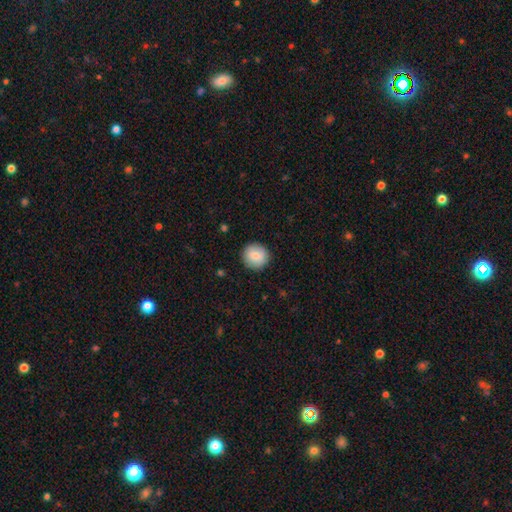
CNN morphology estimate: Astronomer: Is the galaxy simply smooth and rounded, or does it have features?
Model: smooth — 83%.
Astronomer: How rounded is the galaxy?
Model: round — 94%.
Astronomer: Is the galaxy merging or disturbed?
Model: none — 90%.